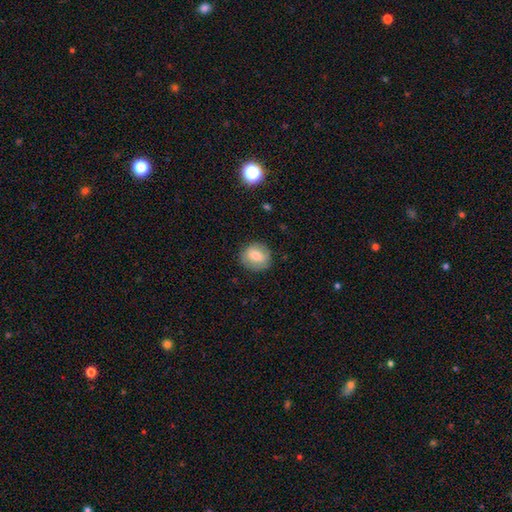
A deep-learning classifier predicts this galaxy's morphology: This is likely a smooth galaxy (73%). How rounded: clearly round (83%). Merging: clearly none (85%).